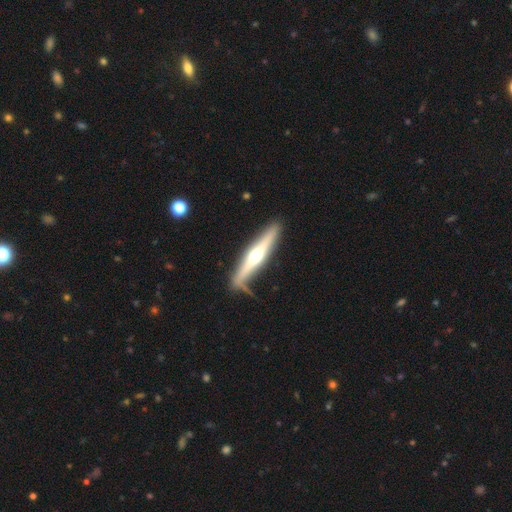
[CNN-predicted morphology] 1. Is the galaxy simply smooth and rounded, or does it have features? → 68% featured or disk, 28% smooth, 4% star or artifact.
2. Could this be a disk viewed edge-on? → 94% yes, 6% no.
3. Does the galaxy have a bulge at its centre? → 93% rounded, 4% none, 3% boxy.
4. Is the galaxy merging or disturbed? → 74% none, 17% minor disturbance, 5% major disturbance, 5% merger.